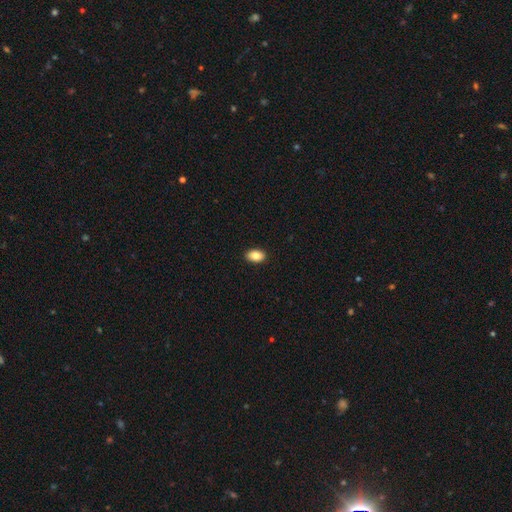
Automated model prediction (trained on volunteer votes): This is clearly a smooth galaxy (87%). How rounded: clearly in between (90%). Merging: clearly none (91%).